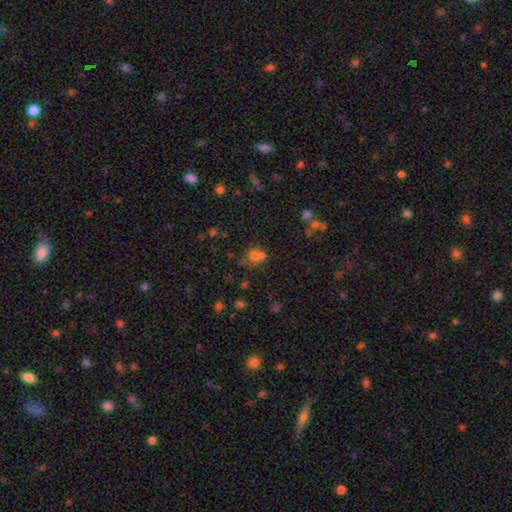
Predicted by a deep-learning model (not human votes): smooth_or_featured: smooth (p=0.63) [alt: star or artifact p=0.23]
how_rounded: round (p=0.69) [alt: in between p=0.29]
merging: none (p=0.41) [alt: merger p=0.40]